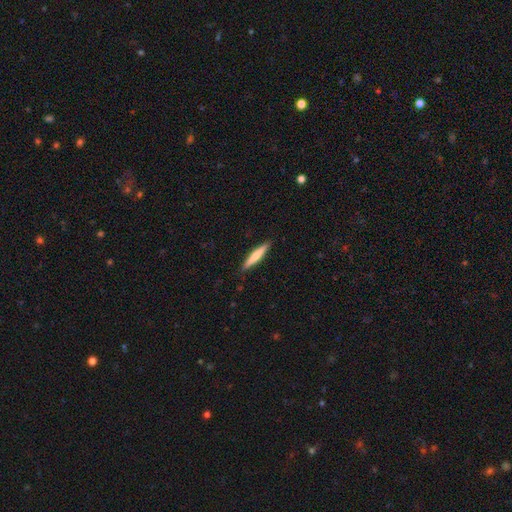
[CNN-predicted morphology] The model was most divided on "smooth or featured": smooth: 64%, featured or disk: 30%, star or artifact: 5%. More confident: how rounded — cigar-shaped (93%); merging — none (90%).